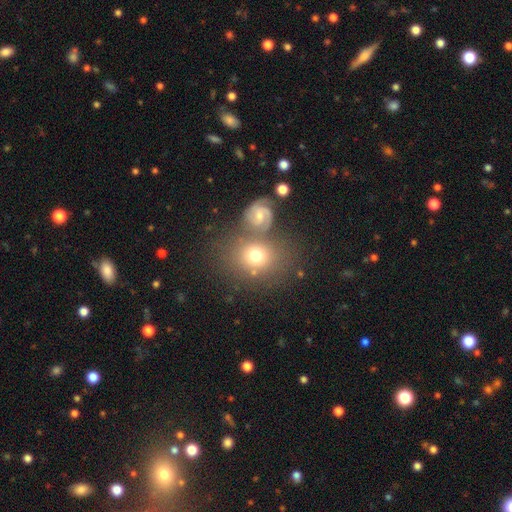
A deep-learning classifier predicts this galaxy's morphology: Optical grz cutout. It shows a smooth galaxy with no disk features (65%) that is round (61%). Merging: none (58%).